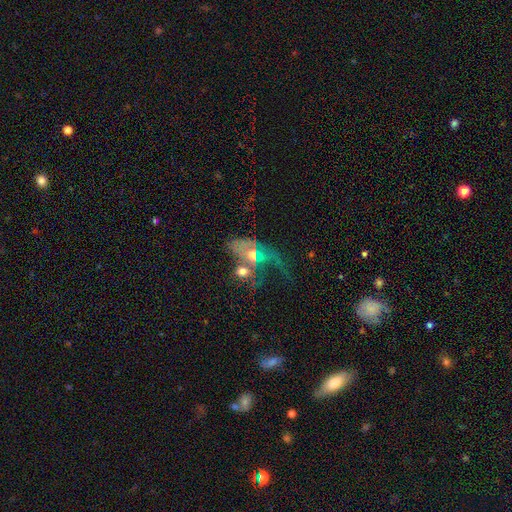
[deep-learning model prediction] A featured or disk galaxy (55%). Merging: merger (50%).